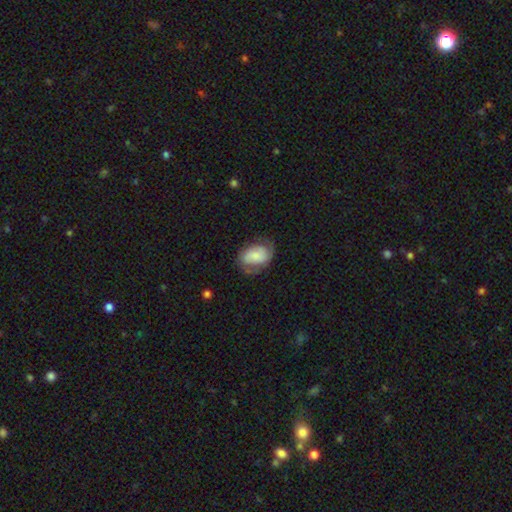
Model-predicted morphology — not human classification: This is possibly a smooth galaxy (51%). How rounded: clearly in between (84%). Merging: possibly none (57%).